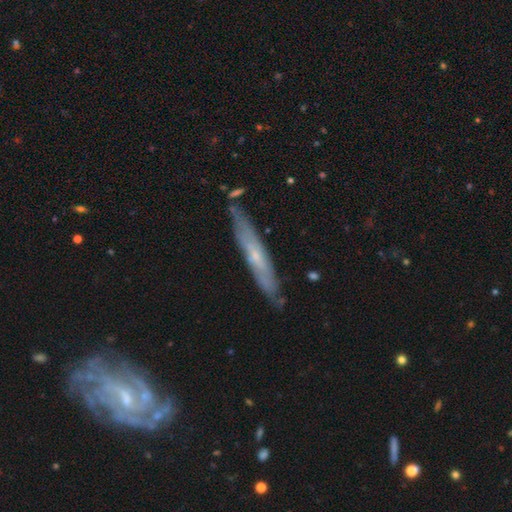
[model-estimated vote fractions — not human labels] Morphology: type=featured or disk (61%); edge-on=yes (75%); merging=none (79%).